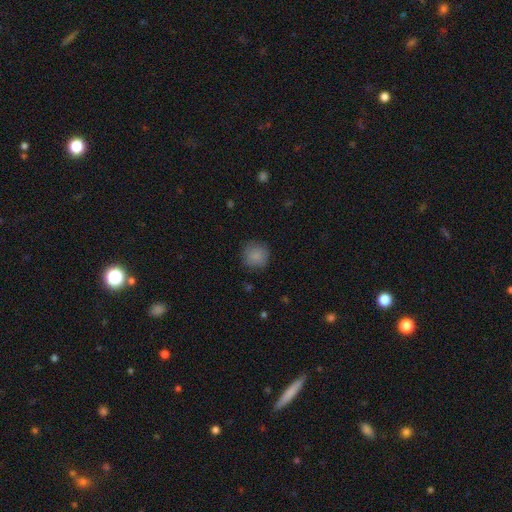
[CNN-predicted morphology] A smooth galaxy with no disk features (86%) that is round (92%). Merging: none (83%).